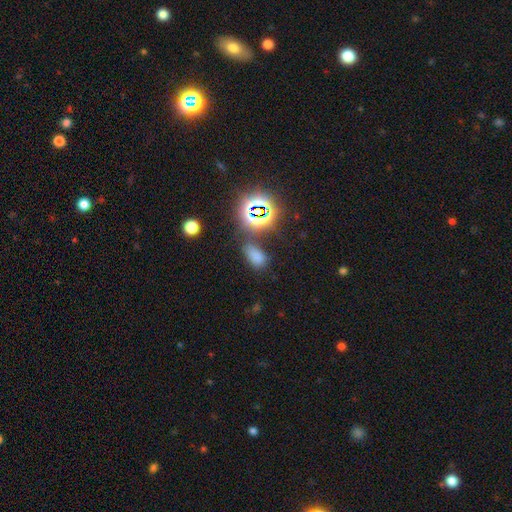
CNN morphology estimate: Overall: smooth (61%; star or artifact 32%). How rounded: in between (87%). Merging: none (62%).